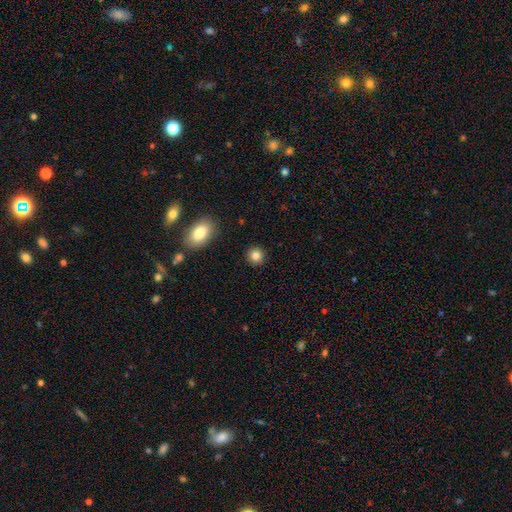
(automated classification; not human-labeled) This appears to be a smooth galaxy with no disk features (84%) that is round (89%). Merging: none (91%).